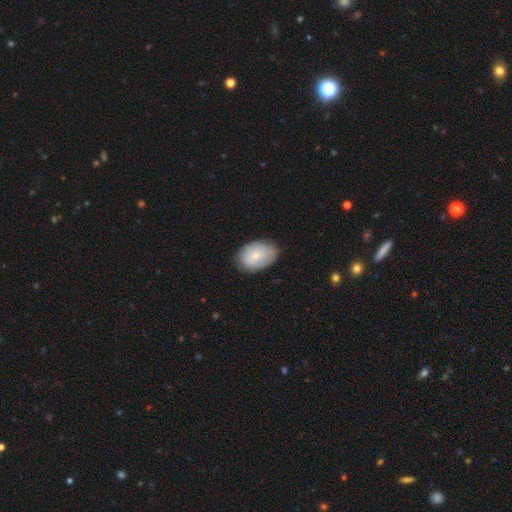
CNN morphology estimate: Smooth or featured? smooth (67%)
How rounded? in between (80%)
Merging? none (78%)